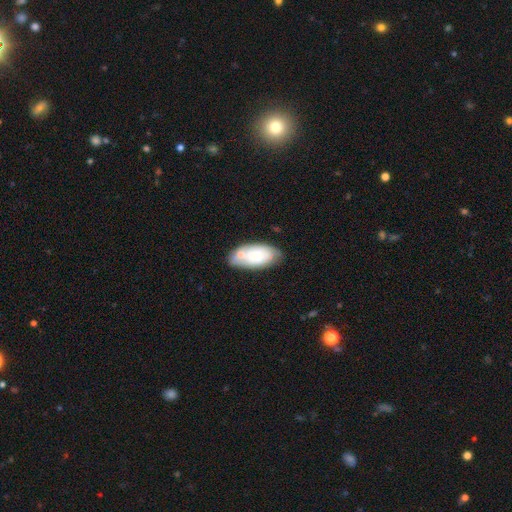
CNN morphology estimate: This is likely a smooth galaxy (61%). How rounded: clearly in between (92%). Merging: possibly none (53%).